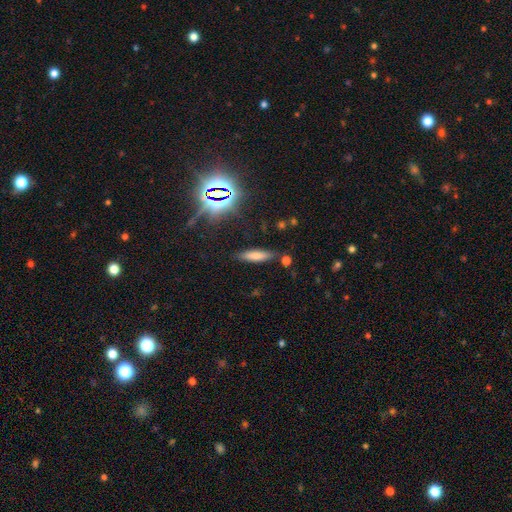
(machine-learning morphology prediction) smooth_or_featured: smooth (p=0.68) [alt: featured or disk p=0.17]
how_rounded: cigar-shaped (p=0.63) [alt: in between p=0.34]
merging: none (p=0.80) [alt: minor disturbance p=0.13]